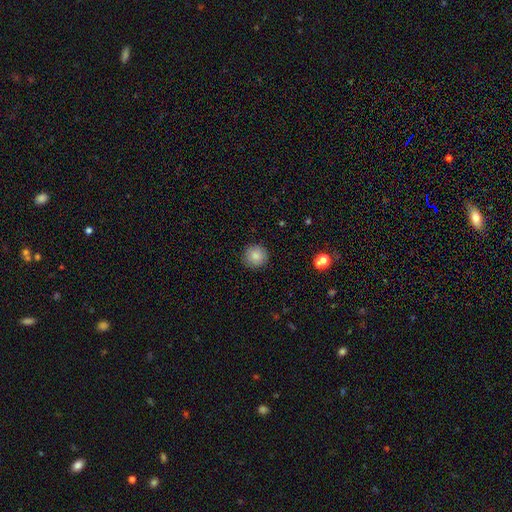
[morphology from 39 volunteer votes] This is clearly a smooth galaxy (90%). How rounded: clearly round (100%). Merging: clearly none (86%).